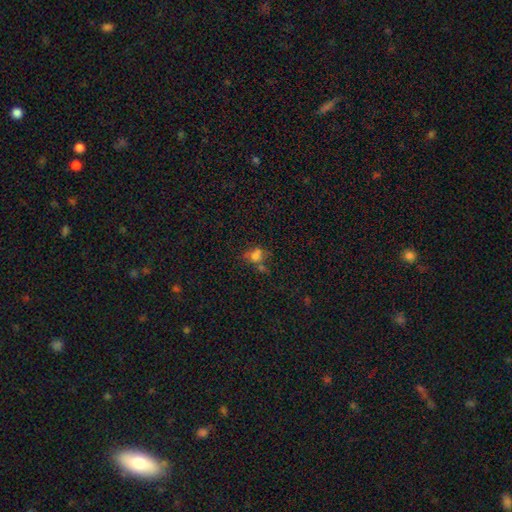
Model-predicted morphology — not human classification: Smooth or featured: smooth — 62% (star or artifact — 24%)
How rounded: round — 51% (in between — 47%)
Merging: none — 43% (merger — 27%)